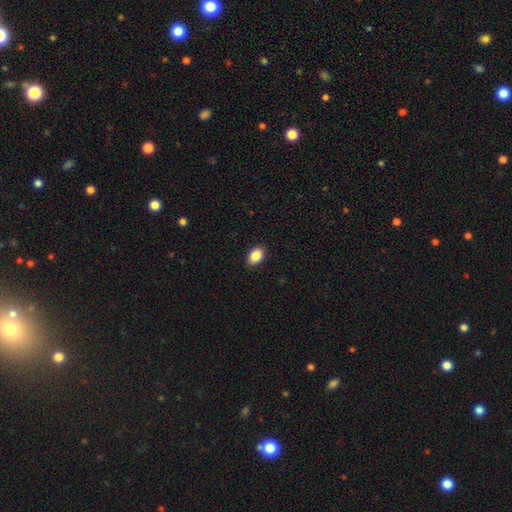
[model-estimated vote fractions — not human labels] This is clearly a smooth galaxy (88%). How rounded: clearly in between (85%). Merging: clearly none (90%).